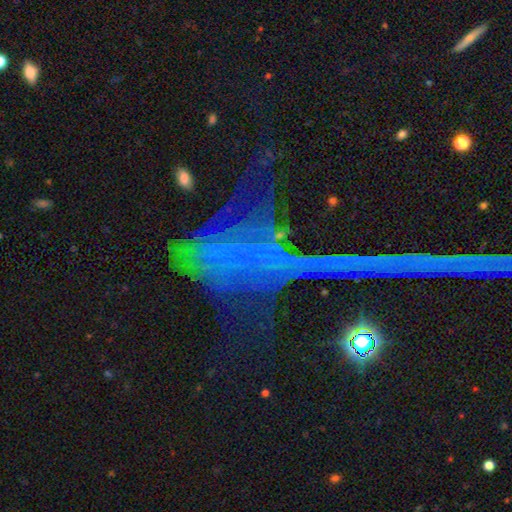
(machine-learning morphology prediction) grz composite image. It shows a star or artifact, not a galaxy (65%).